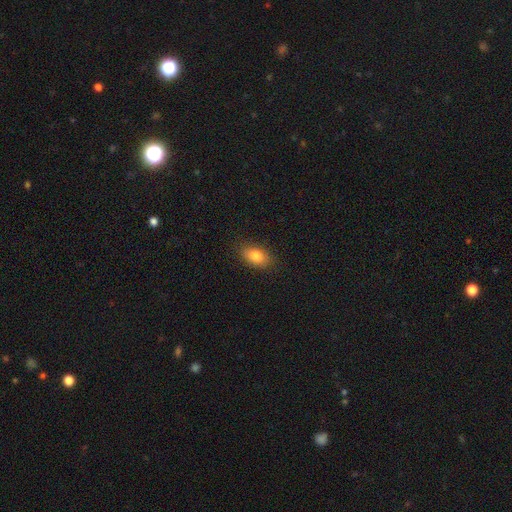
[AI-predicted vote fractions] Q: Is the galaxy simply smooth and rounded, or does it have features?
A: smooth — 82%.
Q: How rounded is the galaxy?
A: in between — 88%.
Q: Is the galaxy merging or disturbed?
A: none — 85%.